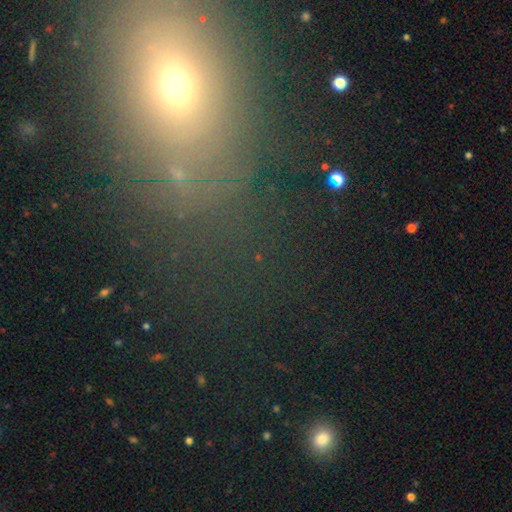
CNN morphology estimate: Overall: star or artifact (44%; smooth 38%).